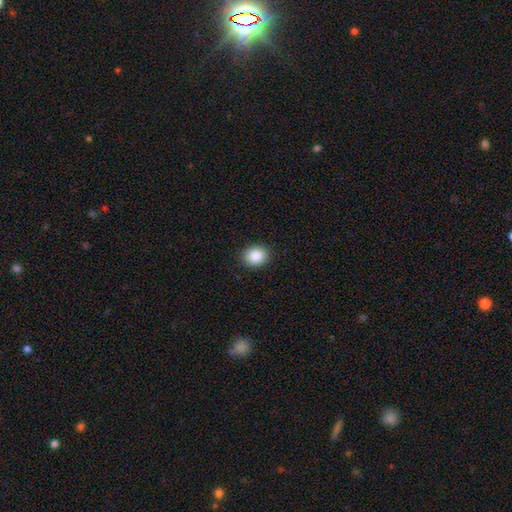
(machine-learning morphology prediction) Smooth or featured?
  - smooth: 87% *
  - star or artifact: 8%
  - featured or disk: 4%
How rounded?
  - round: 68% *
  - in between: 32%
  - cigar-shaped: 1%
Merging?
  - none: 90% *
  - minor disturbance: 7%
  - major disturbance: 2%
  - merger: 1%